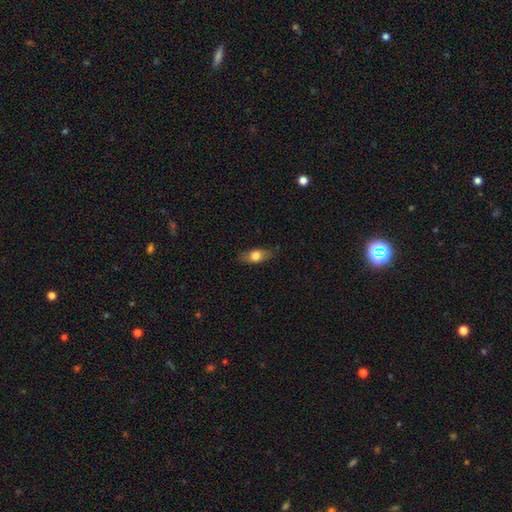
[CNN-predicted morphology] Smooth or featured: smooth — 70% (featured or disk — 23%)
How rounded: in between — 75% (cigar-shaped — 18%)
Merging: none — 80% (minor disturbance — 15%)